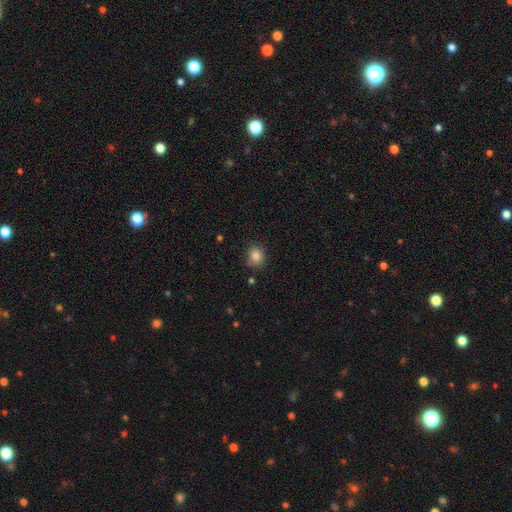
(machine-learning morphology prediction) Smooth or featured?
  - smooth: 85% *
  - star or artifact: 10%
  - featured or disk: 5%
How rounded?
  - round: 72% *
  - in between: 27%
  - cigar-shaped: 1%
Merging?
  - none: 83% *
  - minor disturbance: 12%
  - major disturbance: 3%
  - merger: 2%